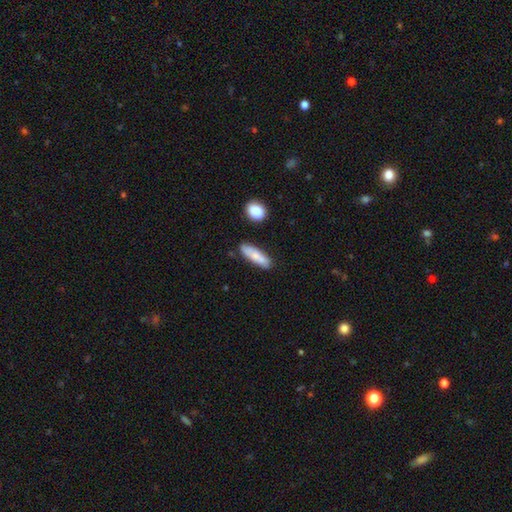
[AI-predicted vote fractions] A smooth galaxy with no disk features (75%) that is cigar-shaped (57%).

Vote fractions:
- Smooth or featured? smooth: 75% / featured or disk: 19% / star or artifact: 6%
- How rounded? cigar-shaped: 57% / in between: 40% / round: 3%
- Merging? none: 75% / minor disturbance: 15% / merger: 6% / major disturbance: 3%